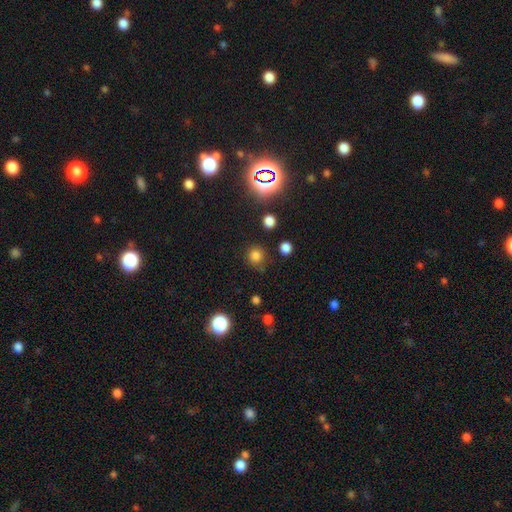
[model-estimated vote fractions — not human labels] Smooth or featured? smooth (75%)
How rounded? round (92%)
Merging? none (84%)